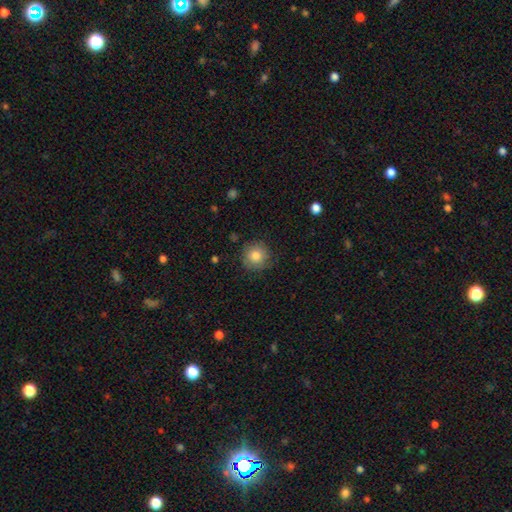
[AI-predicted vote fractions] Smooth or featured? smooth (83%)
How rounded? round (93%)
Merging? none (83%)